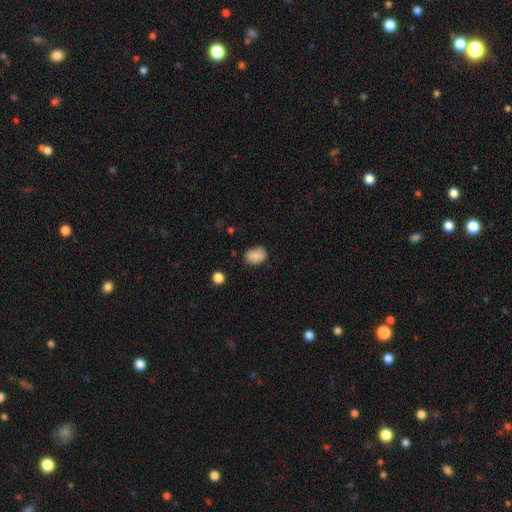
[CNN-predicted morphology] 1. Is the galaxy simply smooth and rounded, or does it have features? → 86% smooth, 8% star or artifact, 5% featured or disk.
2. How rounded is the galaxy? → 68% in between, 31% round, 1% cigar-shaped.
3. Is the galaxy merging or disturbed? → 76% none, 19% minor disturbance, 4% major disturbance, 2% merger.